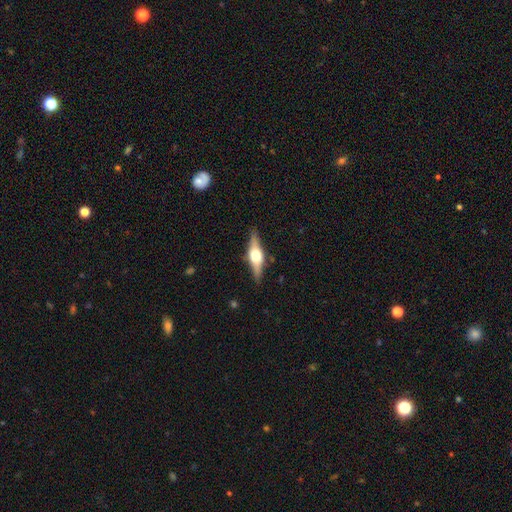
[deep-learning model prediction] Smooth or featured? featured or disk (69%)
Edge-on disk? yes (96%)
Edge-on bulge? rounded (94%)
Merging? none (87%)